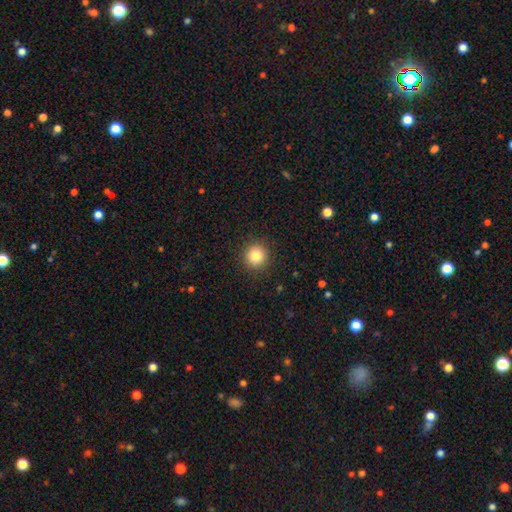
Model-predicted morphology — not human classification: type=smooth (83%); roundness=round (93%); merging=none (91%).